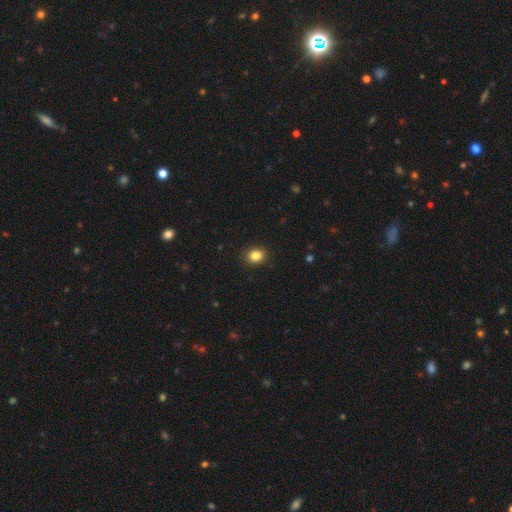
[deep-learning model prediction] Morphology: type=smooth (85%); roundness=round (62%); merging=none (91%).